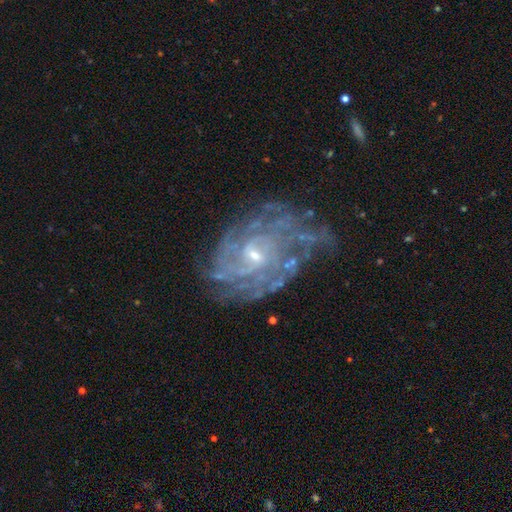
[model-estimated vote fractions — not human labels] The model was most divided on "bar": no: 56%, weak: 36%, strong: 8%. Remaining: edge-on disk — no (97%); spiral arms — yes (91%); smooth or featured — featured or disk (85%); bulge size — small (68%); spiral winding — tight (65%); merging — none (61%); spiral arm count — can't tell (44%).